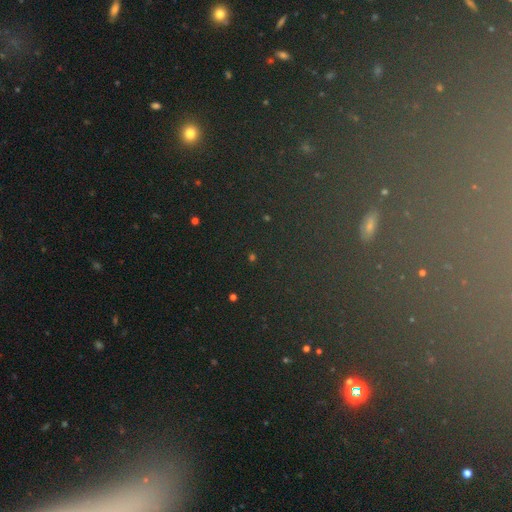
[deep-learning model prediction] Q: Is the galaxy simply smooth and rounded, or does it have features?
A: star or artifact — 71%.